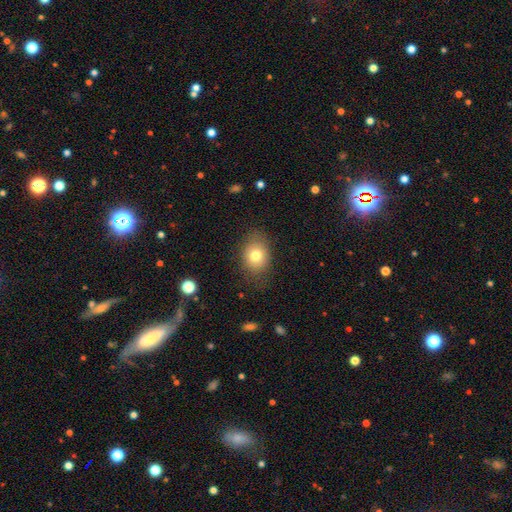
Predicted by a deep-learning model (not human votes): The model was most divided on "how rounded": in between: 59%, round: 40%, cigar-shaped: 1%. More confident: smooth or featured — smooth (77%); merging — none (76%).